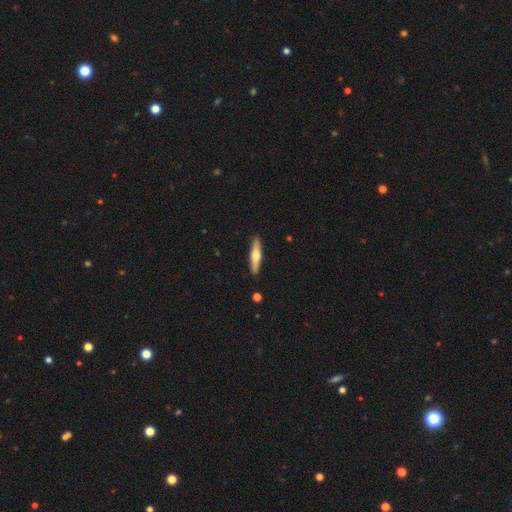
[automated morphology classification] type=featured or disk (48%); merging=none (90%).